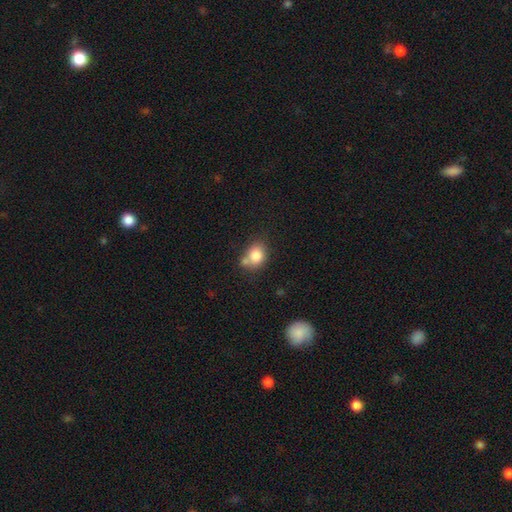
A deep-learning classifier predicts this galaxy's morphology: Smooth or featured: smooth — 81% (featured or disk — 10%)
How rounded: round — 54% (in between — 45%)
Merging: none — 49% (merger — 29%)